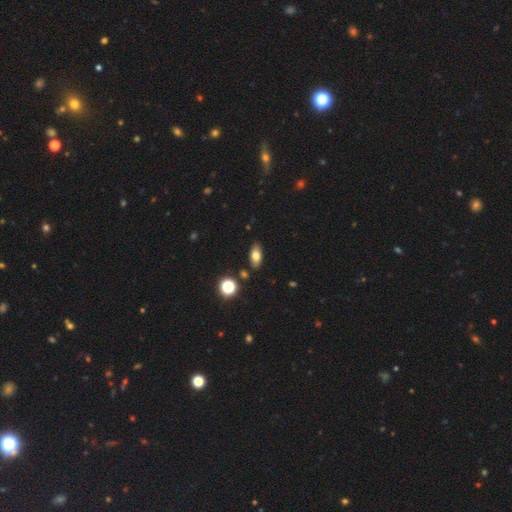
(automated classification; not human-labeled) Q: Smooth or featured?
A: smooth (75%); runner-up: featured or disk (15%)
Q: How rounded?
A: in between (85%); runner-up: cigar-shaped (8%)
Q: Merging?
A: none (86%); runner-up: minor disturbance (9%)